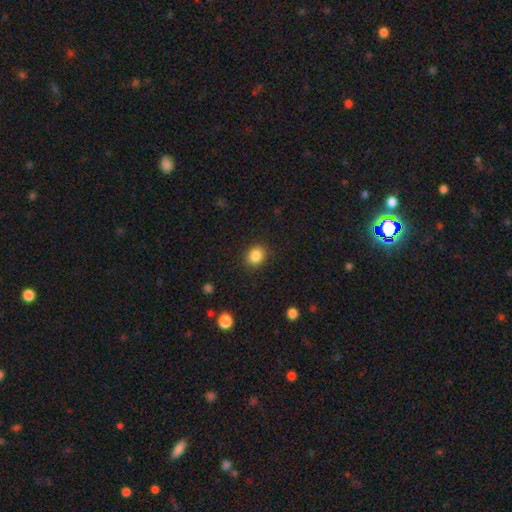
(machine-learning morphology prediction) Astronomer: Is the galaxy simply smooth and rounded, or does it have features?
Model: smooth — 86%.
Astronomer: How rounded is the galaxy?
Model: round — 60% (runner-up: in between, 39%).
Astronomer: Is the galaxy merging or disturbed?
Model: none — 89%.